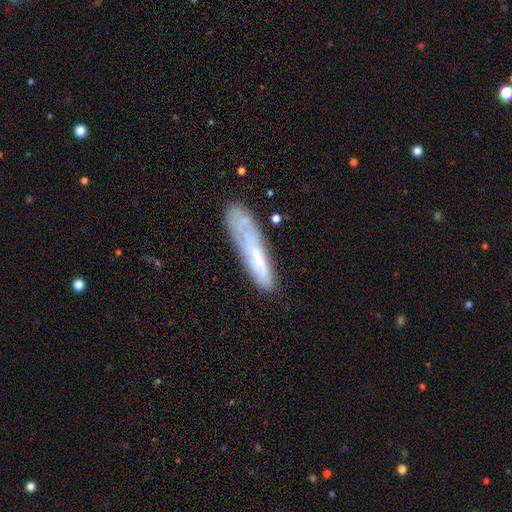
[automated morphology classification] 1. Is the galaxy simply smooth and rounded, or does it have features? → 56% smooth, 35% featured or disk, 9% star or artifact.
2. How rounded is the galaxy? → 85% cigar-shaped, 13% in between, 2% round.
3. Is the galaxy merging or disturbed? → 65% none, 22% minor disturbance, 7% major disturbance, 6% merger.